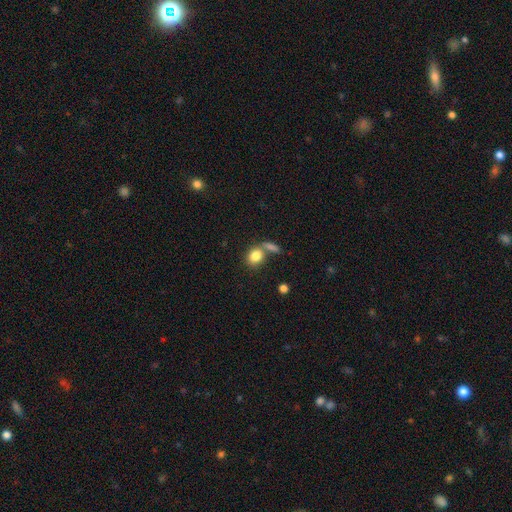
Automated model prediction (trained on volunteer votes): Smooth or featured? Predicted: smooth (p=0.83). How rounded? Predicted: round (p=0.50). Merging? Predicted: none (p=0.50).